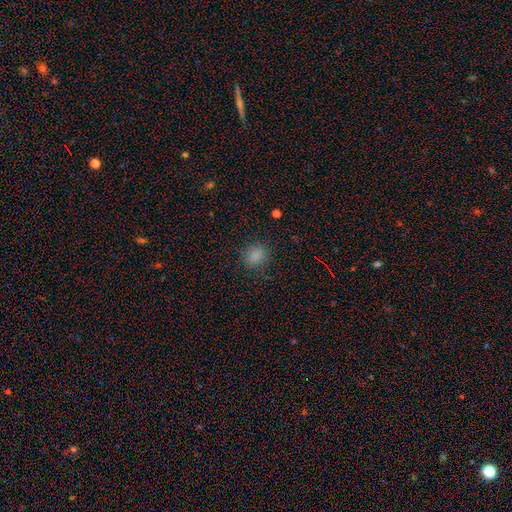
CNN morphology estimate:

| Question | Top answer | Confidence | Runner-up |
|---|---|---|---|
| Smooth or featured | smooth | 82% | star or artifact (14%) |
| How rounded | round | 72% | in between (27%) |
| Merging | none | 84% | minor disturbance (11%) |